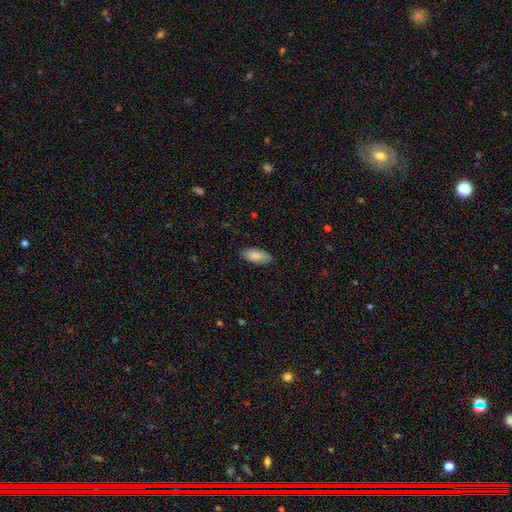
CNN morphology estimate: Smooth or featured? Predicted: smooth (p=0.88). How rounded? Predicted: in between (p=0.88). Merging? Predicted: none (p=0.84).